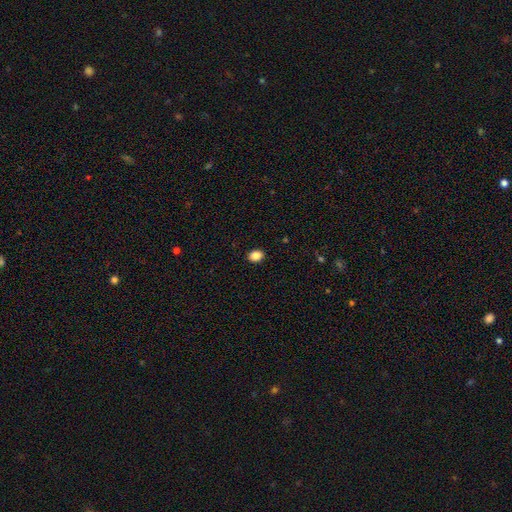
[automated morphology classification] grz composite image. It shows a smooth galaxy with no disk features (86%) that is in between round and cigar-shaped (60%). Merging: none (91%).